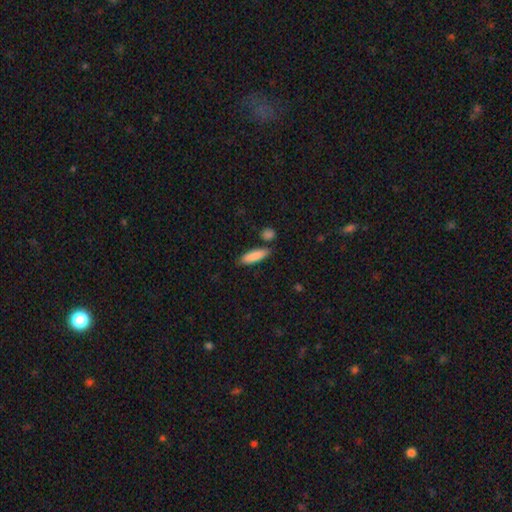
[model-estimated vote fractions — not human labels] Smooth or featured?
  - smooth: 86% *
  - featured or disk: 8%
  - star or artifact: 6%
How rounded?
  - cigar-shaped: 57% *
  - in between: 41%
  - round: 2%
Merging?
  - none: 80% *
  - minor disturbance: 12%
  - merger: 6%
  - major disturbance: 3%